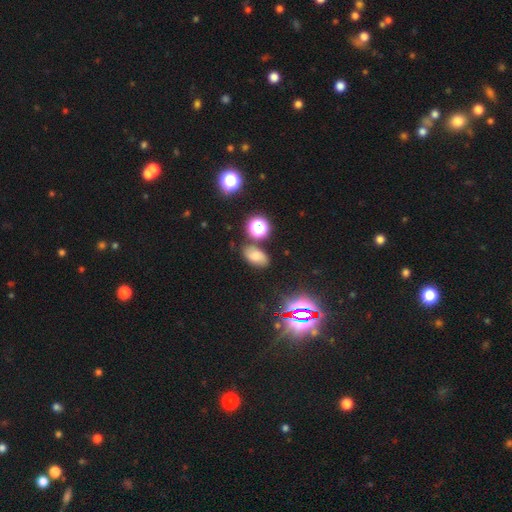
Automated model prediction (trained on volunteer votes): smooth_or_featured: smooth (p=0.62) [alt: star or artifact p=0.24]
how_rounded: in between (p=0.86) [alt: round p=0.12]
merging: none (p=0.74) [alt: minor disturbance p=0.14]